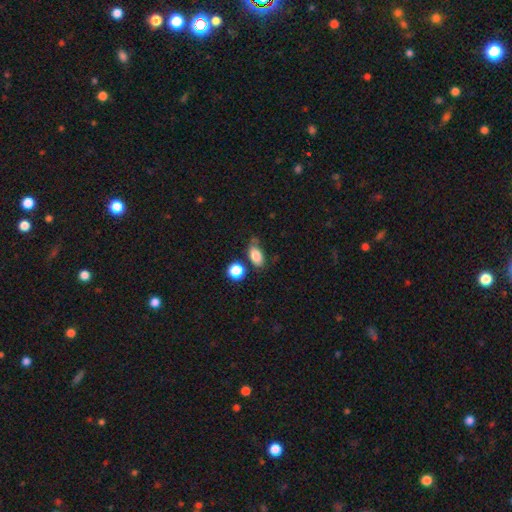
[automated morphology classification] Smooth or featured: smooth — 83% (star or artifact — 10%)
How rounded: in between — 85% (round — 12%)
Merging: none — 55% (minor disturbance — 26%)